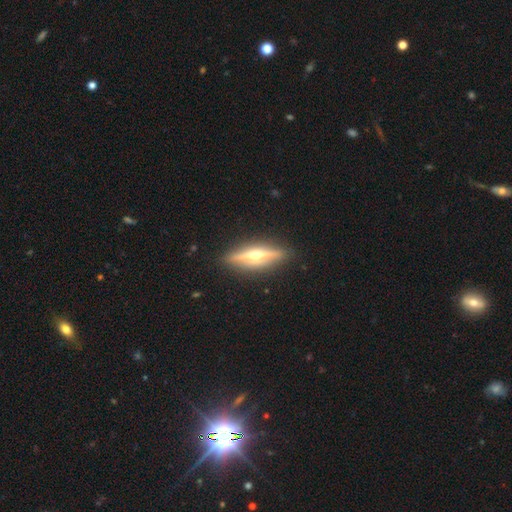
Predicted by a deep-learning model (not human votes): Smooth or featured?
  - featured or disk: 78% *
  - smooth: 16%
  - star or artifact: 6%
Edge-on disk?
  - yes: 96% *
  - no: 4%
Edge-on bulge?
  - rounded: 94% *
  - boxy: 3%
  - none: 3%
Merging?
  - none: 90% *
  - minor disturbance: 7%
  - major disturbance: 2%
  - merger: 1%